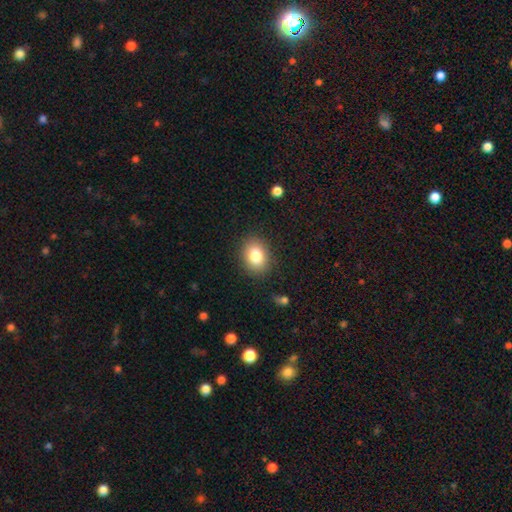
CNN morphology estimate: smooth 82%, star or artifact 9%, featured or disk 9%. Down the decision tree: how rounded — in between (59%); merging — none (86%).